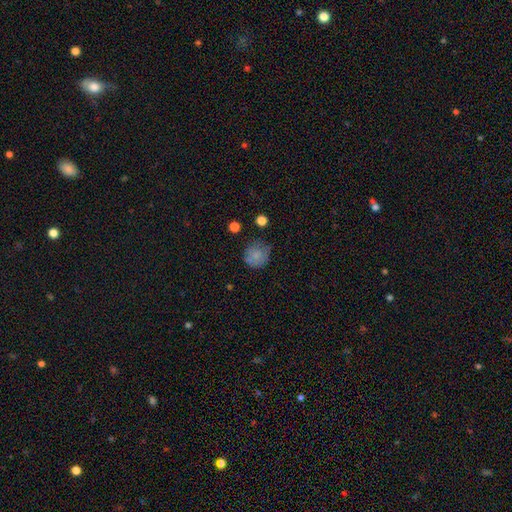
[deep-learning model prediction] A smooth galaxy with no disk features (76%) that is round (88%).

Vote fractions:
- Smooth or featured? smooth: 76% / featured or disk: 13% / star or artifact: 10%
- How rounded? round: 88% / in between: 11% / cigar-shaped: 1%
- Merging? none: 63% / minor disturbance: 25% / major disturbance: 9% / merger: 3%